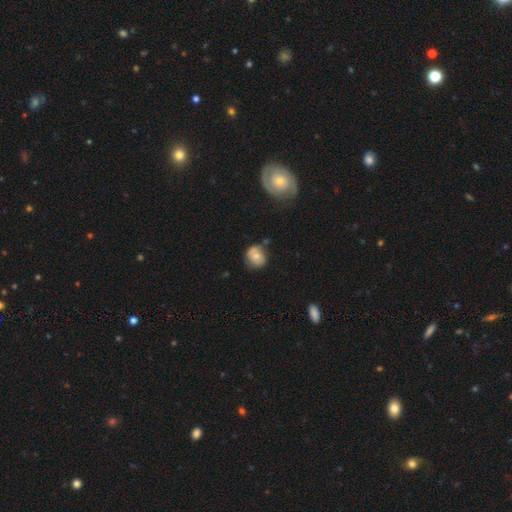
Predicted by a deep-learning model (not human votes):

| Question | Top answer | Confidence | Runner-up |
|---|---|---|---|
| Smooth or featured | smooth | 62% | featured or disk (29%) |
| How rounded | round | 63% | in between (35%) |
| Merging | none | 56% | minor disturbance (28%) |